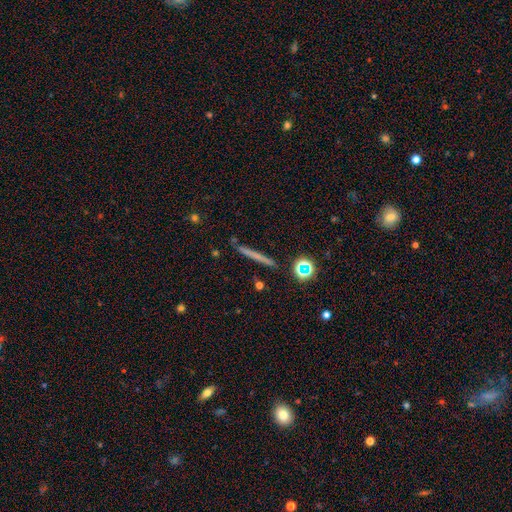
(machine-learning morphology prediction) smooth_or_featured: smooth (p=0.51) [alt: featured or disk p=0.38]
how_rounded: cigar-shaped (p=0.93) [alt: round p=0.04]
merging: none (p=0.89) [alt: minor disturbance p=0.07]